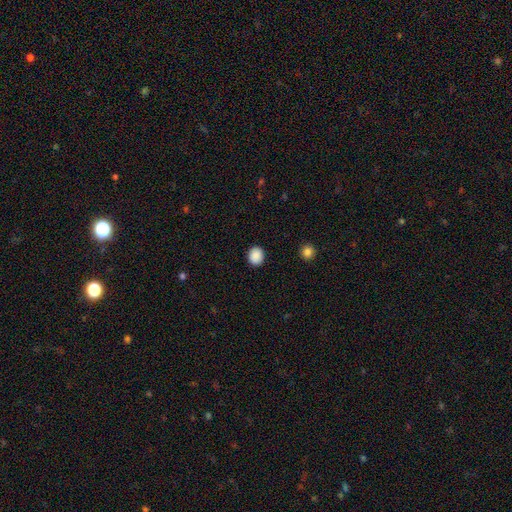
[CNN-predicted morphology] Overall: smooth (89%). How rounded: round (70%). Merging: none (91%).